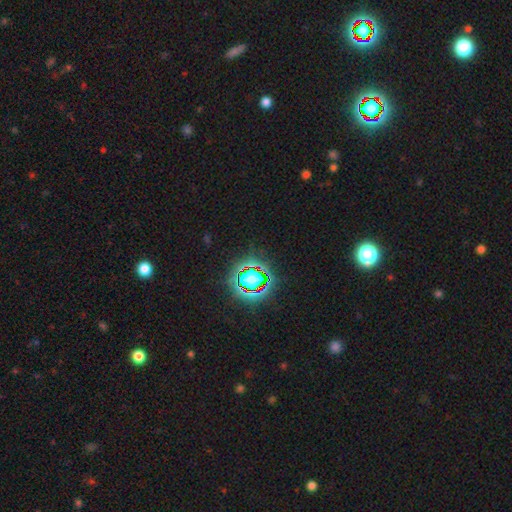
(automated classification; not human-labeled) This is clearly a star or artifact rather than a galaxy (81%).